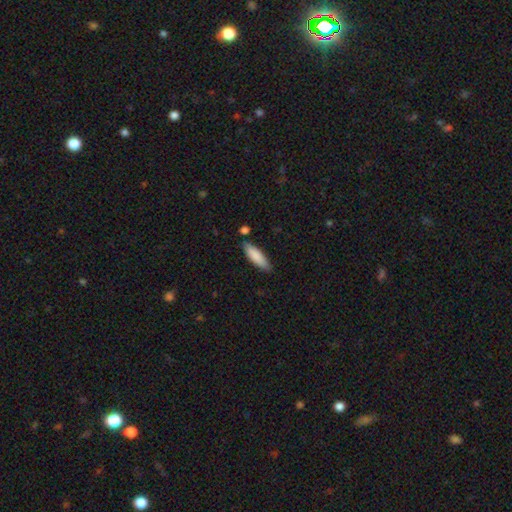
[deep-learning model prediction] Smooth or featured? smooth (86%)
How rounded? cigar-shaped (58%)
Merging? none (80%)